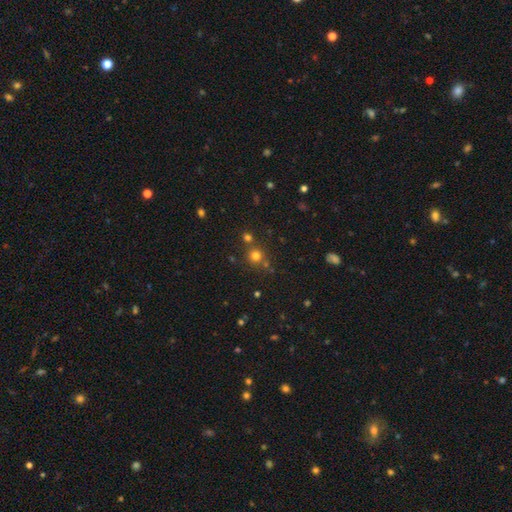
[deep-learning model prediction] Smooth or featured? smooth (72%)
How rounded? round (92%)
Merging? none (74%)